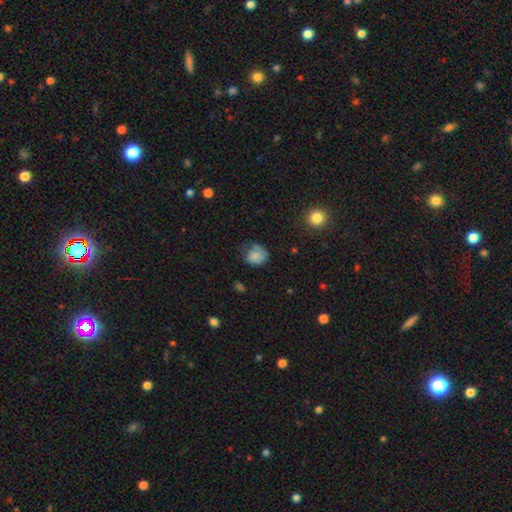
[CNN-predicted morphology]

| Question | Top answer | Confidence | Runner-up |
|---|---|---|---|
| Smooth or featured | smooth | 76% | featured or disk (15%) |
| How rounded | round | 72% | in between (27%) |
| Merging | none | 52% | minor disturbance (33%) |